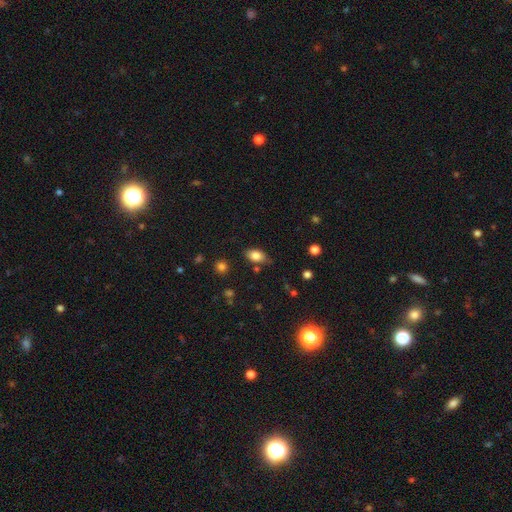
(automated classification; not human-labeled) Overall: smooth (83%). How rounded: in between (88%). Merging: none (70%).